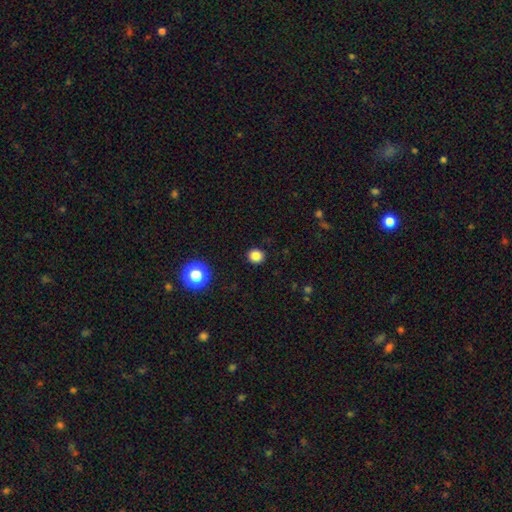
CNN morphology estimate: Smooth or featured? smooth (83%)
How rounded? round (90%)
Merging? none (92%)